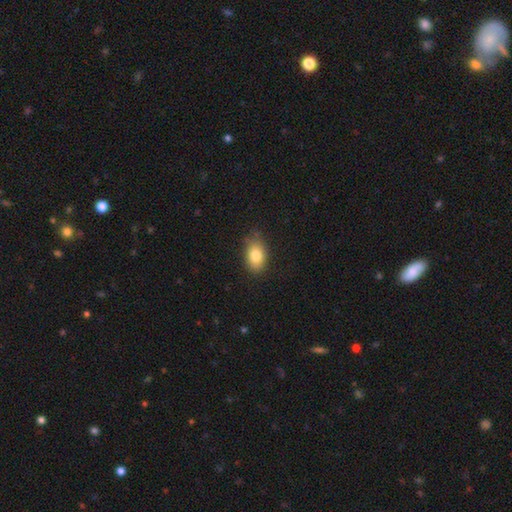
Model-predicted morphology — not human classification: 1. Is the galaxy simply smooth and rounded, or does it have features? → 80% smooth, 11% featured or disk, 8% star or artifact.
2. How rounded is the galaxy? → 85% in between, 14% round, 2% cigar-shaped.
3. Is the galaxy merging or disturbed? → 74% none, 21% minor disturbance, 4% major disturbance, 1% merger.